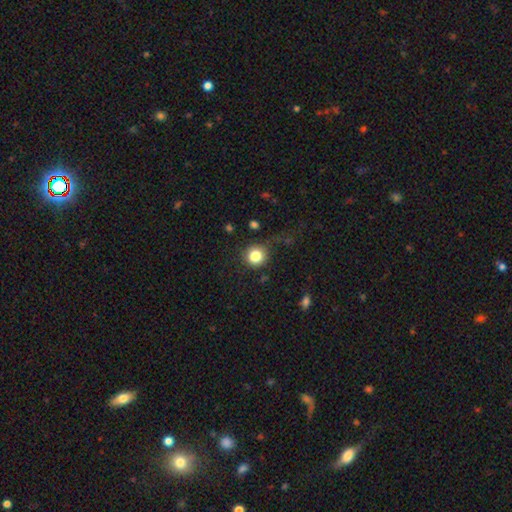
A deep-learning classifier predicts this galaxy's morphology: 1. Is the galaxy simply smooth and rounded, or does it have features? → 83% smooth, 11% star or artifact, 6% featured or disk.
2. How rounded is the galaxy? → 92% round, 7% in between, 1% cigar-shaped.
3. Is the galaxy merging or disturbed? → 78% none, 14% minor disturbance, 6% major disturbance, 2% merger.